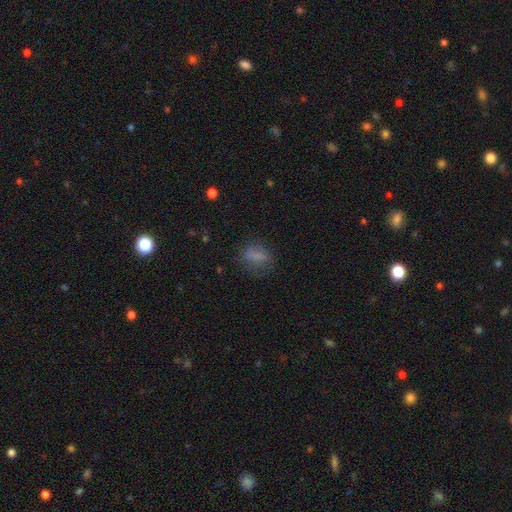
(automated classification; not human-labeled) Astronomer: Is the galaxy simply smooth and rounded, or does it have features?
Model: smooth — 70%.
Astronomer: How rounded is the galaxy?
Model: in between — 64%.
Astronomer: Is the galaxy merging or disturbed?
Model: none — 64%.